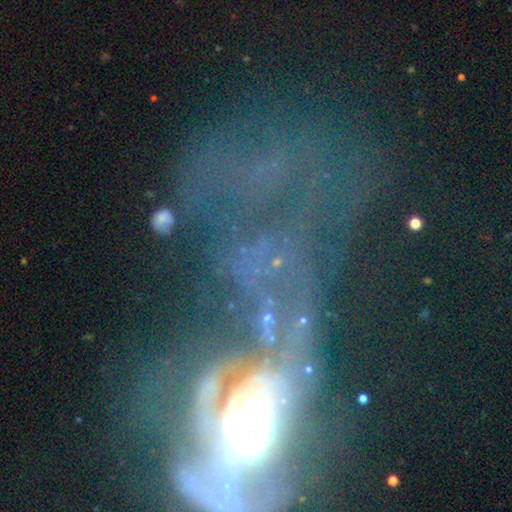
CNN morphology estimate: Smooth or featured? Predicted: featured or disk (p=0.62). Edge-on disk? Predicted: no (p=0.93). Bar? Predicted: no (p=0.73). Spiral arms? Predicted: no (p=0.52). Bulge size? Predicted: moderate (p=0.38). Merging? Predicted: major disturbance (p=0.51).